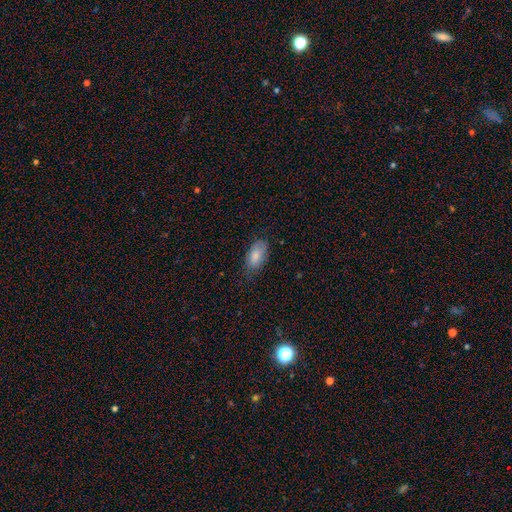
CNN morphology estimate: Smooth or featured: smooth — 82% (featured or disk — 12%)
How rounded: in between — 93% (cigar-shaped — 3%)
Merging: none — 69% (minor disturbance — 25%)